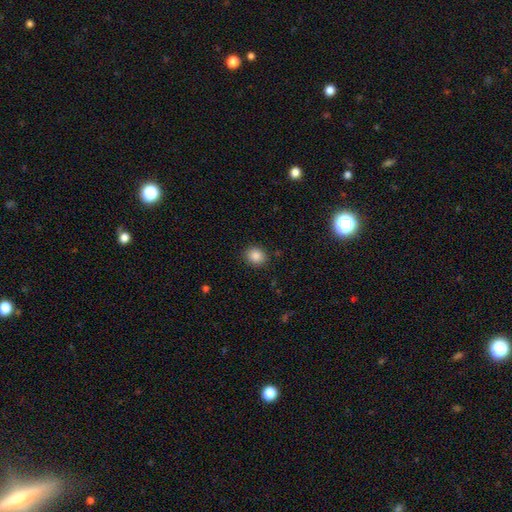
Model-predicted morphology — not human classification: Overall: smooth (86%). How rounded: round (69%; in between 30%). Merging: none (89%).